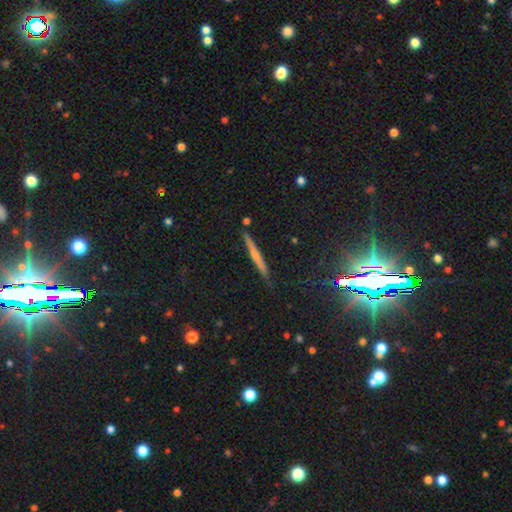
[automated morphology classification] smooth_or_featured: featured or disk (p=0.54) [alt: smooth p=0.34]
disk_edge_on: yes (p=0.96) [alt: no p=0.04]
edge_on_bulge: rounded (p=0.60) [alt: none p=0.34]
merging: none (p=0.86) [alt: minor disturbance p=0.10]